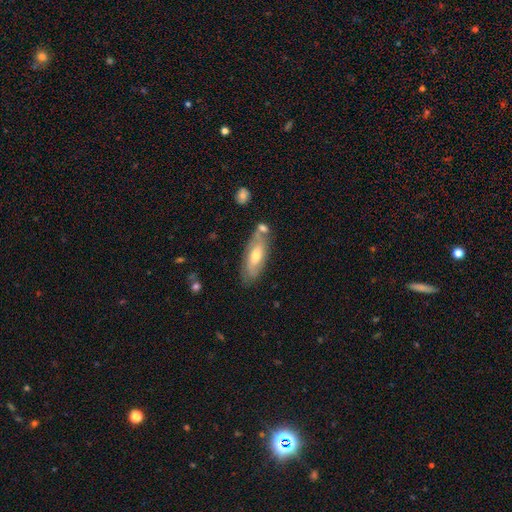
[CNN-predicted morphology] smooth-or-featured: smooth: 47% | featured or disk: 46% | star or artifact: 6%
  merging: none: 66% | minor disturbance: 18% | merger: 11% | major disturbance: 5%